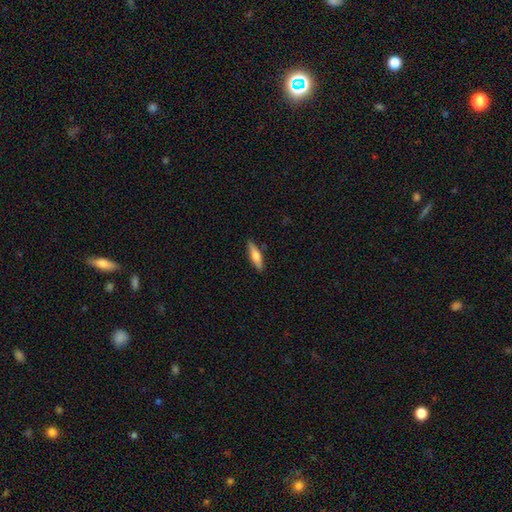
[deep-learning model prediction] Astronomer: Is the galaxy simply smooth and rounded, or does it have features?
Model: smooth — 61%.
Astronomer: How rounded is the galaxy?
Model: cigar-shaped — 70%.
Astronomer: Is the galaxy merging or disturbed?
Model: none — 87%.